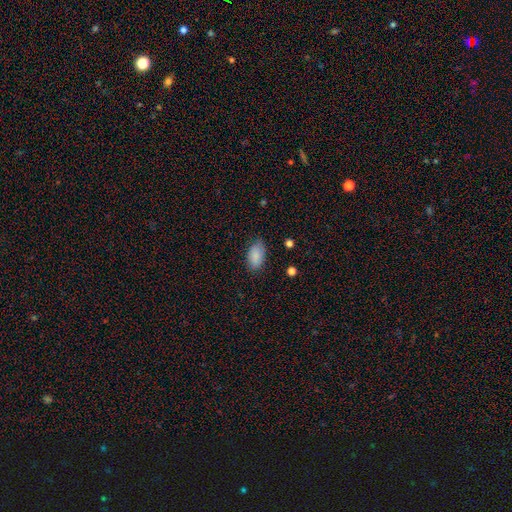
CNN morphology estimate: smooth-or-featured: smooth: 87% | star or artifact: 7% | featured or disk: 6%
  how-rounded: in between: 94% | round: 4% | cigar-shaped: 2%
  merging: none: 78% | minor disturbance: 17% | major disturbance: 3% | merger: 1%